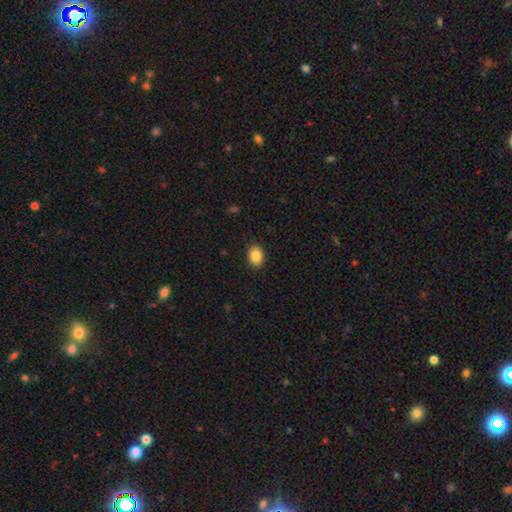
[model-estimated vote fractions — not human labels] Smooth or featured? Predicted: smooth (p=0.87). How rounded? Predicted: in between (p=0.64). Merging? Predicted: none (p=0.90).